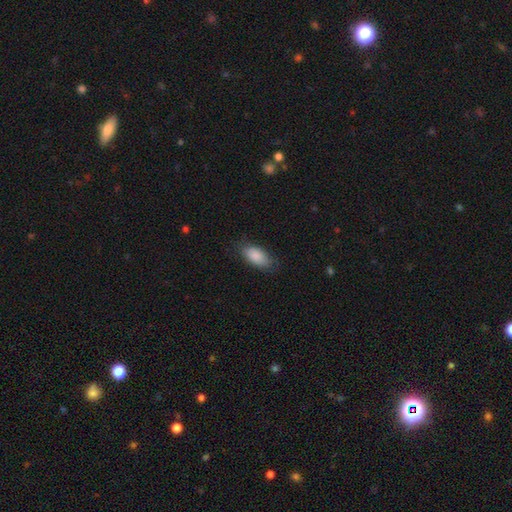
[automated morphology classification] Smooth or featured: smooth — 88% (star or artifact — 6%)
How rounded: in between — 92% (cigar-shaped — 6%)
Merging: none — 79% (minor disturbance — 16%)